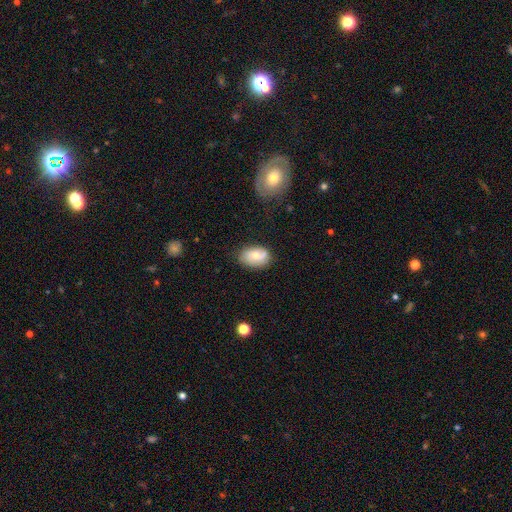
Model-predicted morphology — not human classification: Smooth or featured? smooth (56%)
How rounded? in between (83%)
Merging? none (65%)